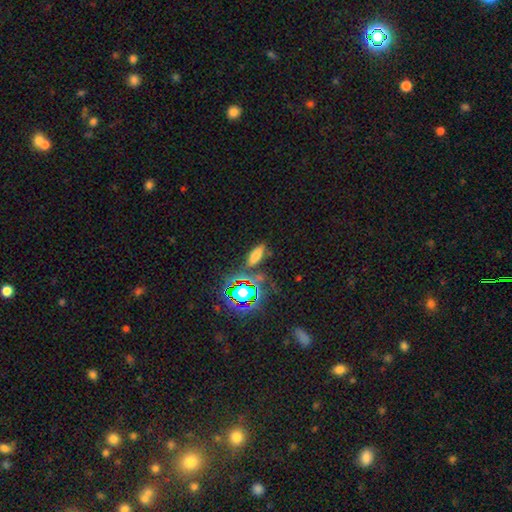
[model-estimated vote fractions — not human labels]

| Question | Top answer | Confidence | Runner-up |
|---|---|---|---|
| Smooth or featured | smooth | 64% | star or artifact (24%) |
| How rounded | in between | 54% | cigar-shaped (40%) |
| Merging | none | 72% | minor disturbance (14%) |